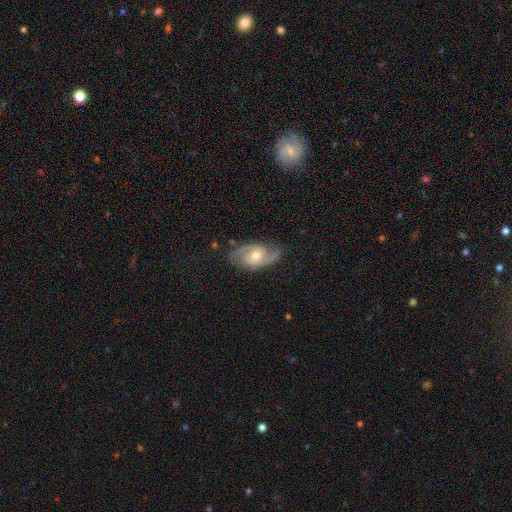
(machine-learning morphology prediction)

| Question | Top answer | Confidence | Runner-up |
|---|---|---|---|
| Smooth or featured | featured or disk | 82% | smooth (12%) |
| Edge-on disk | no | 96% | yes (4%) |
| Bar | no | 55% | weak (37%) |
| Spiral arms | yes | 94% | no (6%) |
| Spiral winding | medium | 50% | tight (30%) |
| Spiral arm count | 2 | 87% | can't tell (6%) |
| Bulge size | moderate | 68% | small (26%) |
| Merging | none | 76% | minor disturbance (18%) |